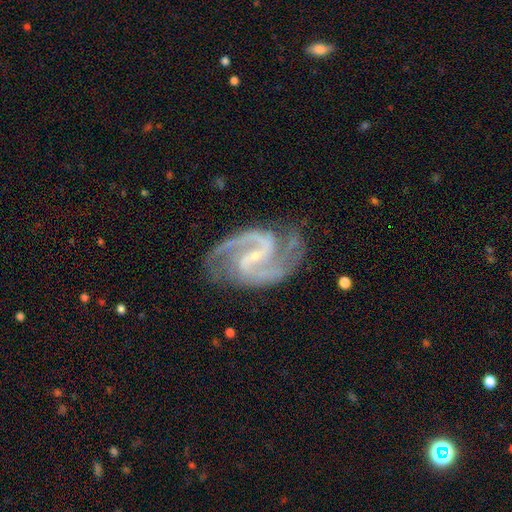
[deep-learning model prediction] Smooth or featured?
  - featured or disk: 93% *
  - star or artifact: 4%
  - smooth: 2%
Edge-on disk?
  - no: 98% *
  - yes: 2%
Bar?
  - weak: 45% *
  - strong: 36%
  - no: 19%
Spiral arms?
  - yes: 99% *
  - no: 1%
Spiral winding?
  - medium: 64% *
  - tight: 19%
  - loose: 17%
Spiral arm count?
  - 2: 85% *
  - 3: 6%
  - can't tell: 3%
  - 4: 2%
  - 1: 2%
  - more than 4: 2%
Bulge size?
  - small: 81% *
  - moderate: 12%
  - none: 5%
  - large: 1%
  - dominant: 1%
Merging?
  - none: 75% *
  - minor disturbance: 17%
  - major disturbance: 7%
  - merger: 2%